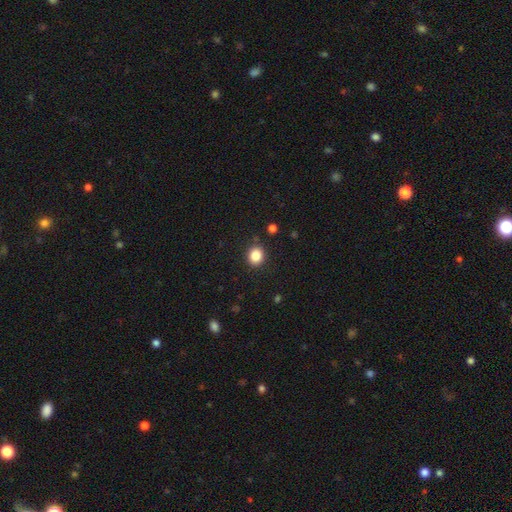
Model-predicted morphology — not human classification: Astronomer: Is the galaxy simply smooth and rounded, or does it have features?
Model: smooth — 85%.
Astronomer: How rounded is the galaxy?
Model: round — 74%.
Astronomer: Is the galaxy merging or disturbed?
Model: none — 88%.